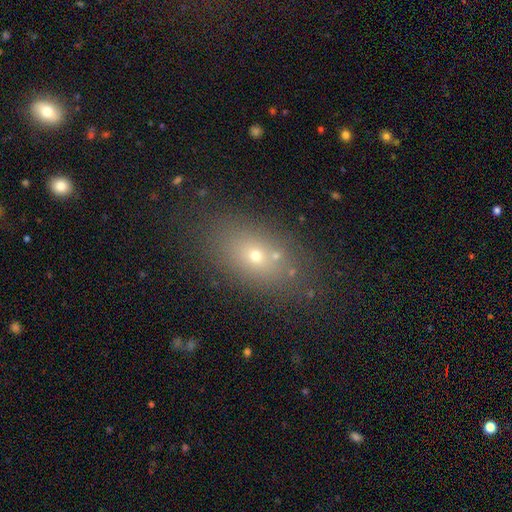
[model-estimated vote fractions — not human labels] The model was most divided on "smooth or featured": smooth: 60%, star or artifact: 21%, featured or disk: 19%. More confident: merging — none (78%); how rounded — in between (75%).